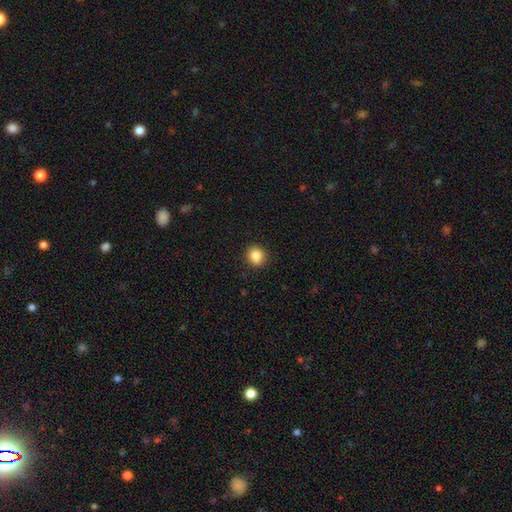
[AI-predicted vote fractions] A smooth galaxy with no disk features (86%) that is round (83%).

Vote fractions:
- Smooth or featured? smooth: 86% / star or artifact: 10% / featured or disk: 4%
- How rounded? round: 83% / in between: 16% / cigar-shaped: 1%
- Merging? none: 89% / minor disturbance: 7% / major disturbance: 2% / merger: 1%